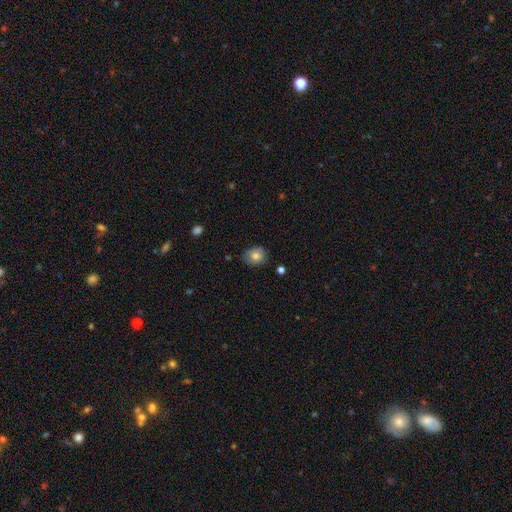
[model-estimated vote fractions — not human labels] Smooth or featured: smooth — 78% (featured or disk — 14%)
How rounded: round — 54% (in between — 45%)
Merging: none — 73% (minor disturbance — 22%)